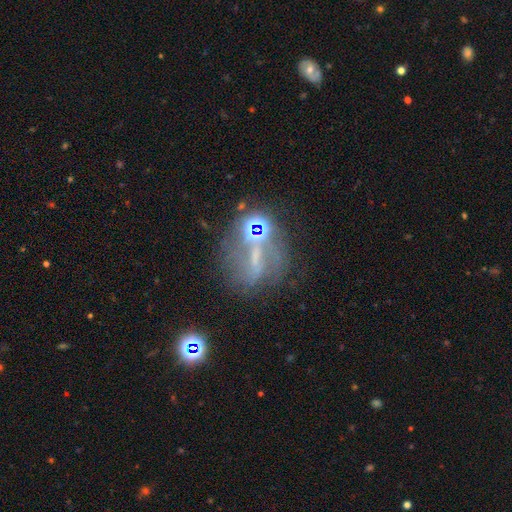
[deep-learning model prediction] Smooth or featured?
  - featured or disk: 44% *
  - star or artifact: 35%
  - smooth: 21%
Merging?
  - none: 50% *
  - major disturbance: 20%
  - minor disturbance: 18%
  - merger: 12%